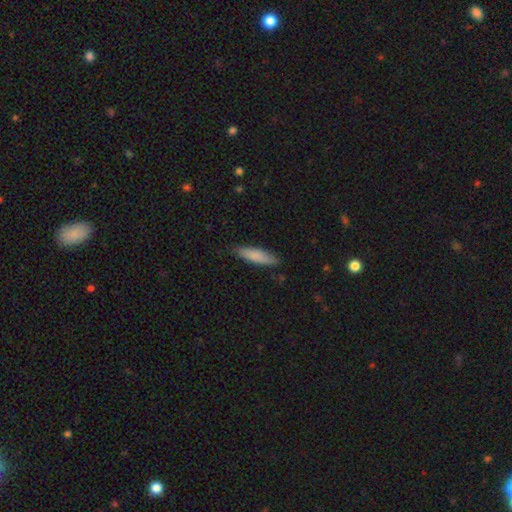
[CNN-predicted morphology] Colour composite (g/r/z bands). It shows a smooth galaxy with no disk features (82%) that is cigar-shaped (69%). Merging: none (83%).